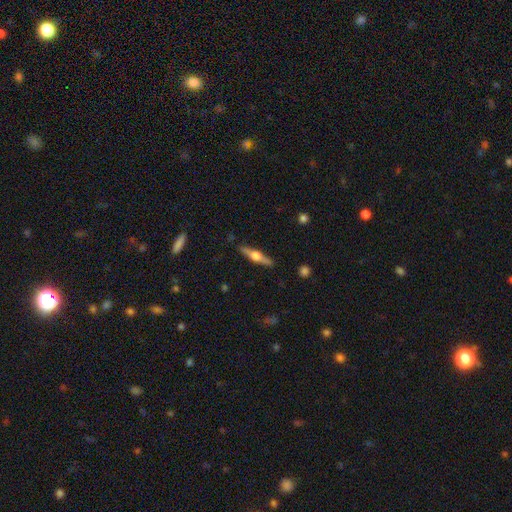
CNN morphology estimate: featured or disk 69%, smooth 26%, star or artifact 6%. Down the decision tree: edge-on disk — yes (97%); edge-on bulge — rounded (93%); merging — none (89%).